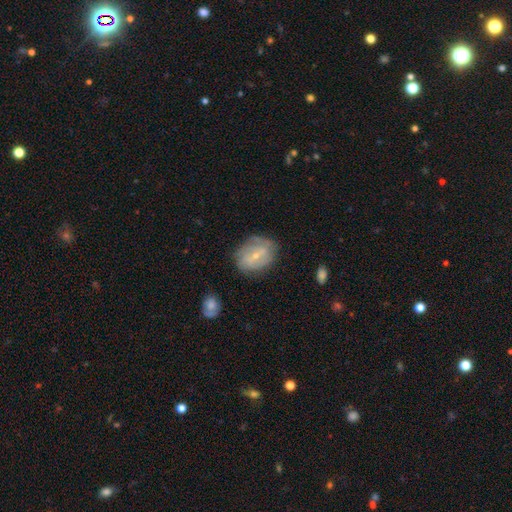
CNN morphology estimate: A featured or disk galaxy (60%) with a weak bar (45%), spiral arms (70%) and a small central bulge (69%).

Vote fractions:
- Smooth or featured? featured or disk: 60% / smooth: 32% / star or artifact: 8%
- Edge-on disk? no: 96% / yes: 4%
- Bar? weak: 45% / no: 42% / strong: 13%
- Spiral arms? yes: 70% / no: 30%
- Bulge size? small: 69% / moderate: 27% / none: 2% / large: 1% / dominant: 1%
- Merging? none: 67% / minor disturbance: 23% / major disturbance: 8% / merger: 2%